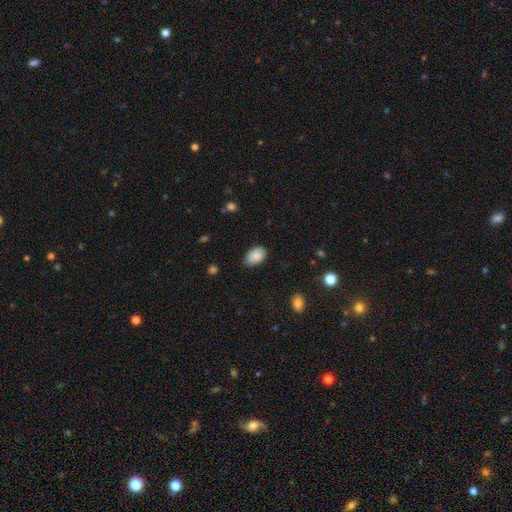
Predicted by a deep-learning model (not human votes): This is clearly a smooth galaxy (88%). How rounded: clearly in between (91%). Merging: likely none (78%).